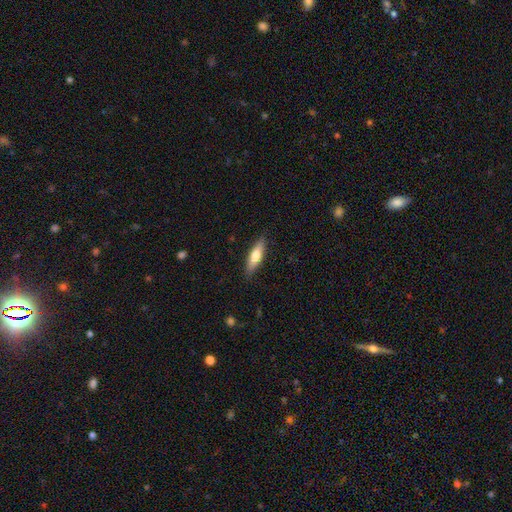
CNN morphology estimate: Q: Smooth or featured?
A: smooth (59%); runner-up: featured or disk (35%)
Q: How rounded?
A: cigar-shaped (62%); runner-up: in between (36%)
Q: Merging?
A: none (87%); runner-up: minor disturbance (10%)